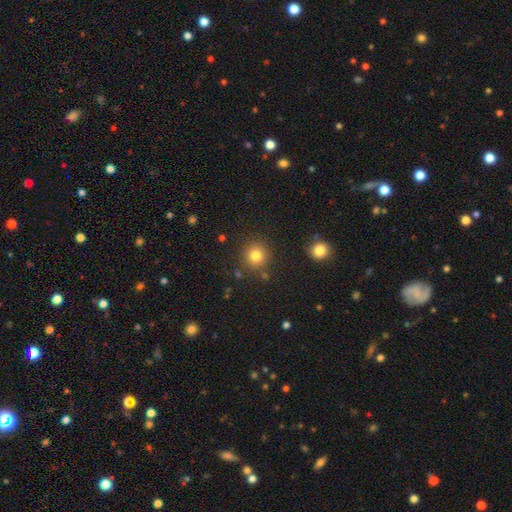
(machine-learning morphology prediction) type=smooth (81%); roundness=round (93%); merging=none (87%).